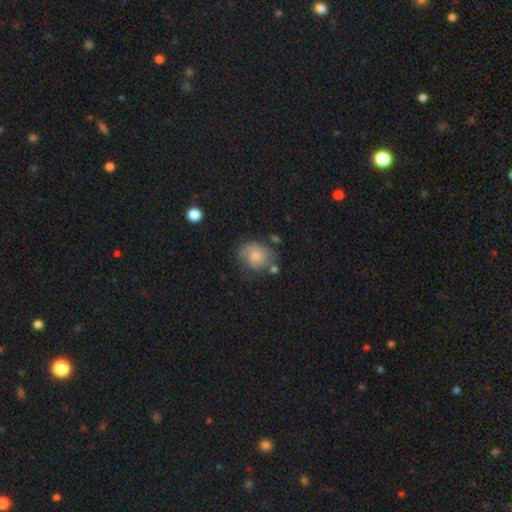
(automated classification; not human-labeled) A smooth galaxy with no disk features (59%) that is round (61%). Merging: none (50%).